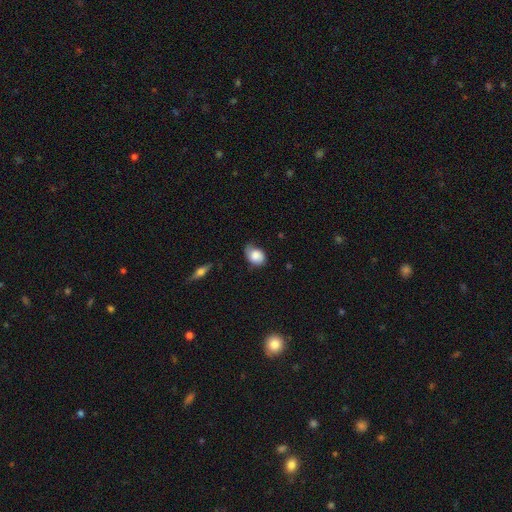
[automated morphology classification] A smooth galaxy with no disk features (78%) that is in between round and cigar-shaped (69%). Merging: none (52%).